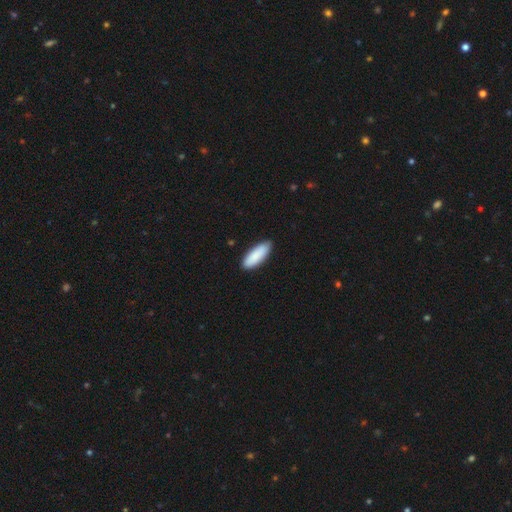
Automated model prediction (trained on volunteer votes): Smooth or featured? smooth (90%)
How rounded? in between (68%)
Merging? none (88%)